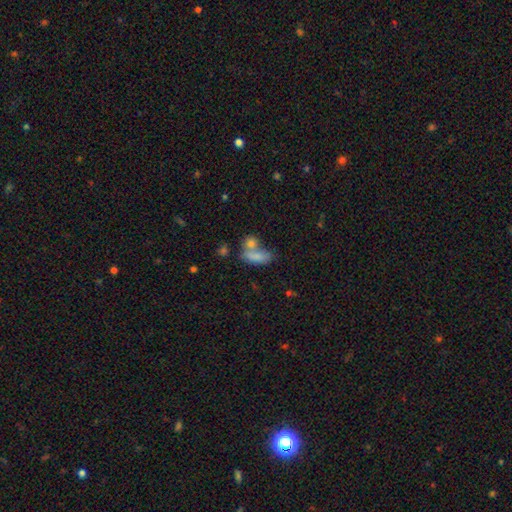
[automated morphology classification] Smooth or featured?
  - smooth: 80% *
  - featured or disk: 11%
  - star or artifact: 9%
How rounded?
  - in between: 75% *
  - cigar-shaped: 18%
  - round: 7%
Merging?
  - merger: 44% *
  - none: 36%
  - minor disturbance: 13%
  - major disturbance: 7%